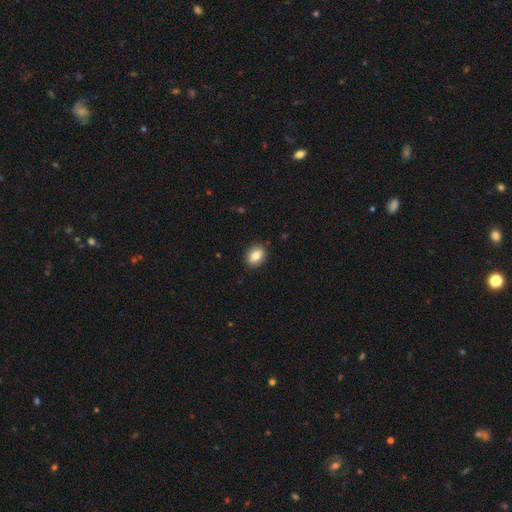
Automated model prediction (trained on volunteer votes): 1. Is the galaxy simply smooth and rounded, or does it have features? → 82% smooth, 9% featured or disk, 8% star or artifact.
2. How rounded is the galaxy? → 64% in between, 35% round, 1% cigar-shaped.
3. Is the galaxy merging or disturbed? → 89% none, 8% minor disturbance, 2% major disturbance, 1% merger.